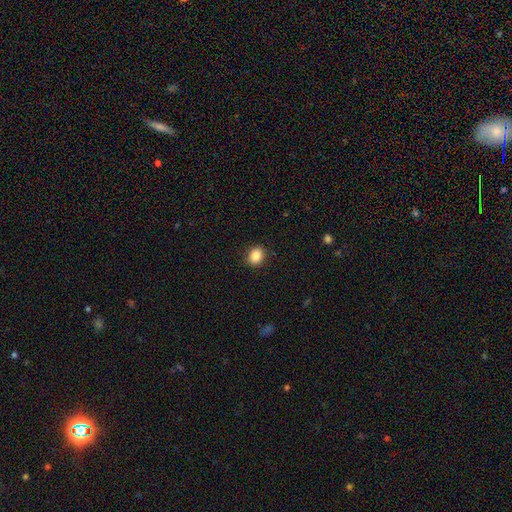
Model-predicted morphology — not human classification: type=smooth (88%); roundness=in between (53%); merging=none (88%).